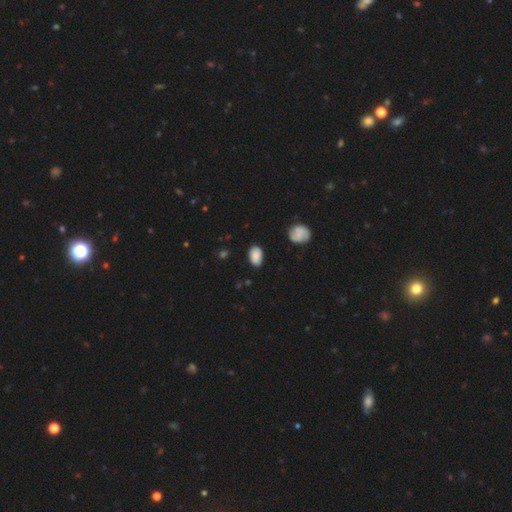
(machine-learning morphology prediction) Q: Smooth or featured?
A: smooth (86%); runner-up: star or artifact (8%)
Q: How rounded?
A: in between (90%); runner-up: round (8%)
Q: Merging?
A: none (78%); runner-up: minor disturbance (17%)